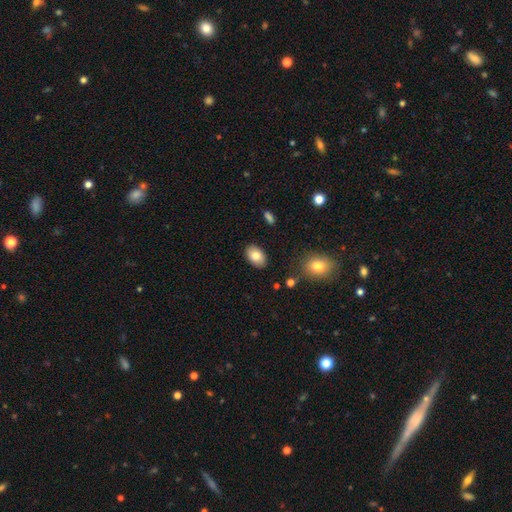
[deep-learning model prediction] Morphology: type=smooth (81%); roundness=in between (90%); merging=none (86%).